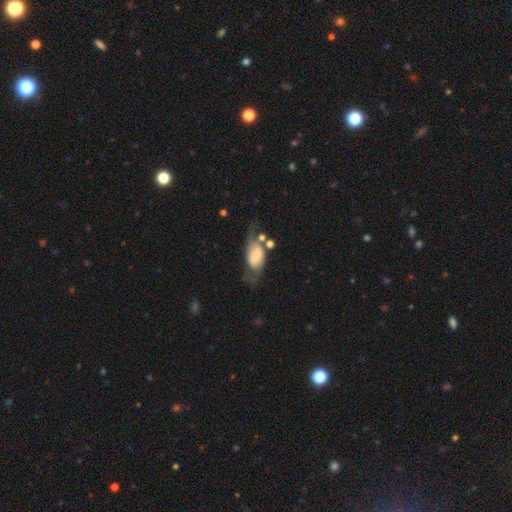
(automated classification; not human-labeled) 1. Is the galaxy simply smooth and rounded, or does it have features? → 48% smooth, 45% featured or disk, 7% star or artifact.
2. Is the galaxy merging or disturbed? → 39% none, 26% major disturbance, 24% minor disturbance, 11% merger.